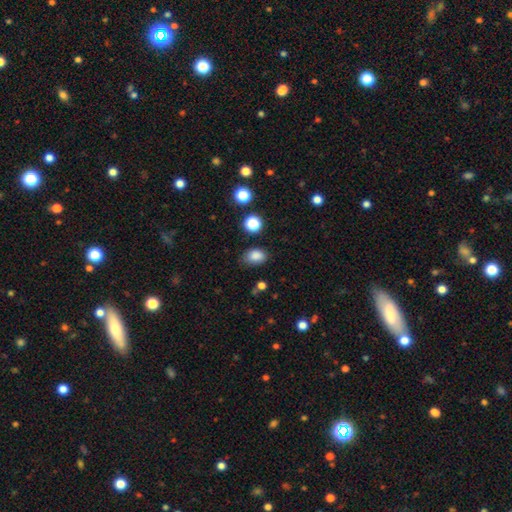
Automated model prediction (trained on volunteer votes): This is clearly a smooth galaxy (84%). How rounded: clearly in between (80%). Merging: likely none (76%).